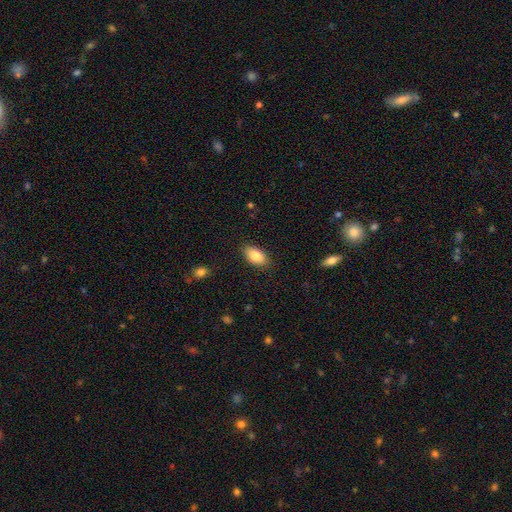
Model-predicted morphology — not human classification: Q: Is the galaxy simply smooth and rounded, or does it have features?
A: smooth — 84%.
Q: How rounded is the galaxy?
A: in between — 93%.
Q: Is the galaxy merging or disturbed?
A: none — 87%.